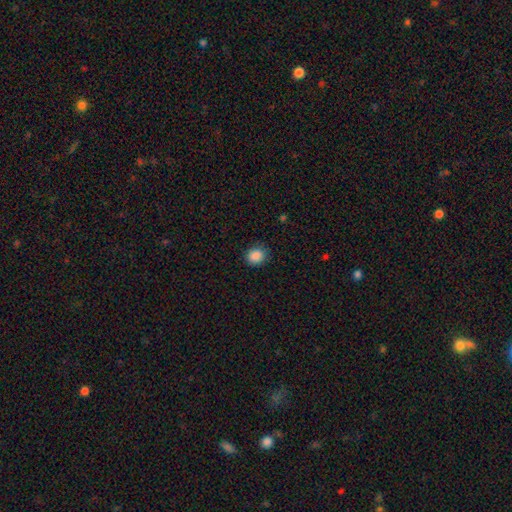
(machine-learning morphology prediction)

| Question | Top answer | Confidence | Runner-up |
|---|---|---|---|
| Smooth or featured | smooth | 87% | star or artifact (10%) |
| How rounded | round | 80% | in between (19%) |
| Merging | none | 84% | minor disturbance (12%) |